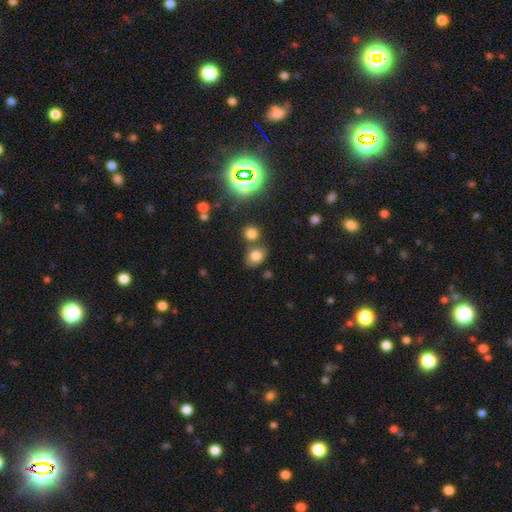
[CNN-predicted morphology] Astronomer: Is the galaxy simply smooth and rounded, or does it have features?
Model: smooth — 75%.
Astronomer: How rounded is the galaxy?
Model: in between — 60% (runner-up: round, 39%).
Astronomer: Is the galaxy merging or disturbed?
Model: none — 64%.